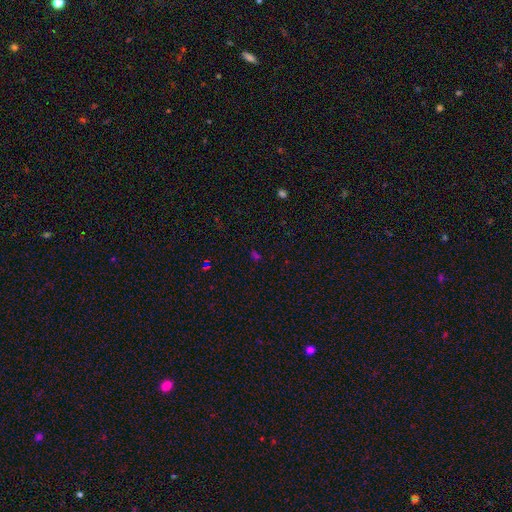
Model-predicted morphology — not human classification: Q: Smooth or featured?
A: star or artifact (50%); runner-up: smooth (42%)